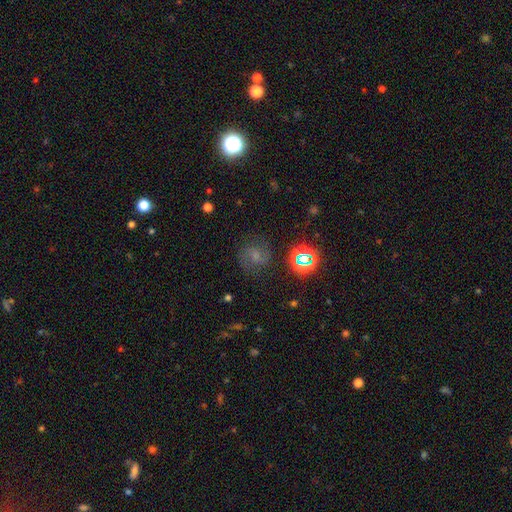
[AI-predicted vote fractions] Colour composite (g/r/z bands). It shows a featured or disk galaxy (40%). Merging: none (69%).